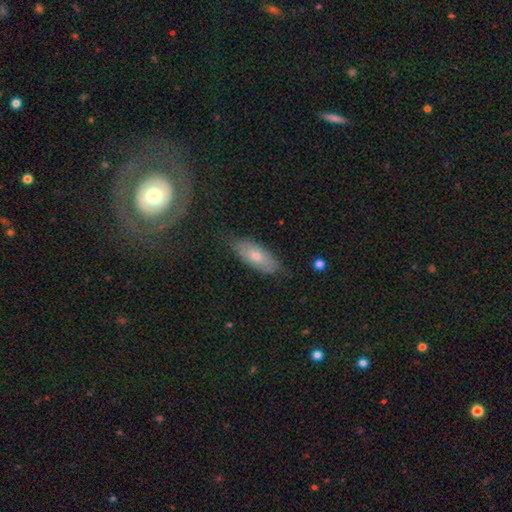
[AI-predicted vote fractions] The model was most divided on "smooth or featured": smooth: 57%, featured or disk: 35%, star or artifact: 8%. More confident: merging — none (76%); how rounded — in between (73%).